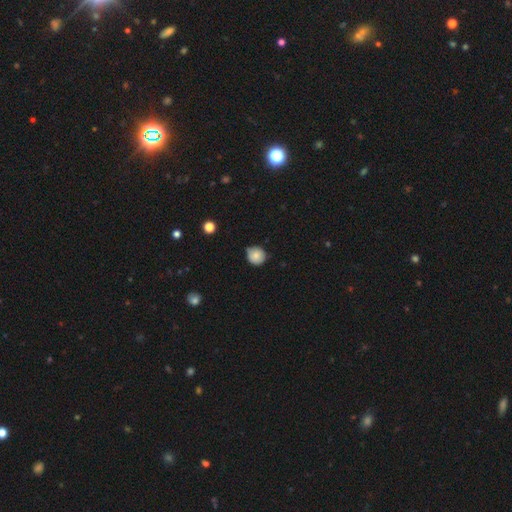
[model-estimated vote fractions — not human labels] Smooth or featured? smooth (84%)
How rounded? round (90%)
Merging? none (73%)